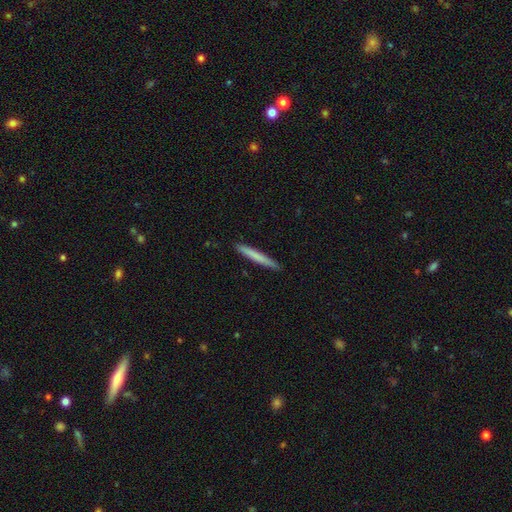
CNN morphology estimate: smooth-or-featured: smooth: 71% | featured or disk: 24% | star or artifact: 5%
  how-rounded: cigar-shaped: 97% | in between: 2% | round: 1%
  merging: none: 91% | minor disturbance: 7% | major disturbance: 1% | merger: 1%